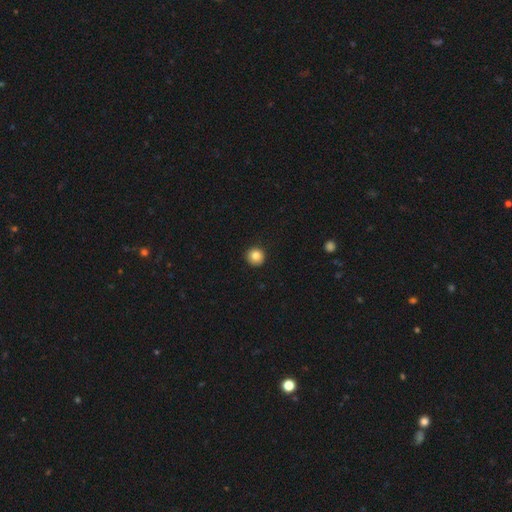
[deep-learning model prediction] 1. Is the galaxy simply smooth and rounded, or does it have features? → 84% smooth, 10% star or artifact, 6% featured or disk.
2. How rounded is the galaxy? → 95% round, 4% in between, 1% cigar-shaped.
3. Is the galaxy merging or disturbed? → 92% none, 6% minor disturbance, 2% major disturbance, 1% merger.